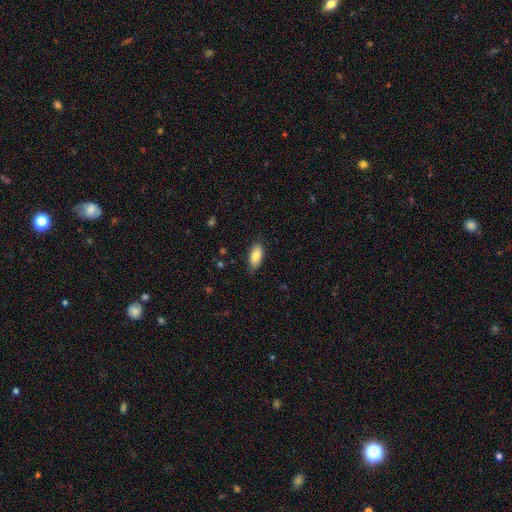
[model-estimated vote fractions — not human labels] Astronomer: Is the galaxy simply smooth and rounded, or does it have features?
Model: smooth — 85%.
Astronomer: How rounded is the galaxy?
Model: in between — 90%.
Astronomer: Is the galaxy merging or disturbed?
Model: none — 83%.